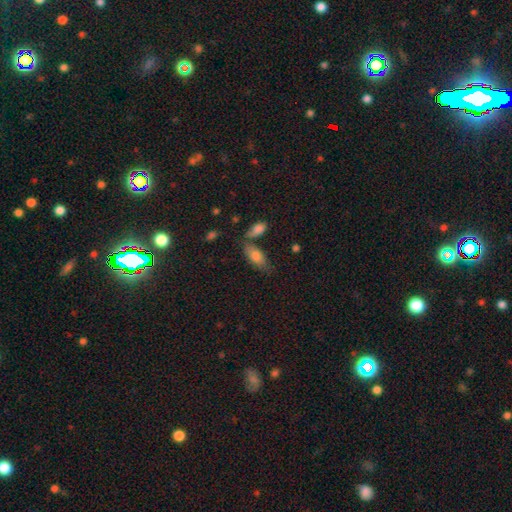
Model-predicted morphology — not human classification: Smooth or featured? Predicted: smooth (p=0.77). How rounded? Predicted: in between (p=0.82). Merging? Predicted: none (p=0.58).